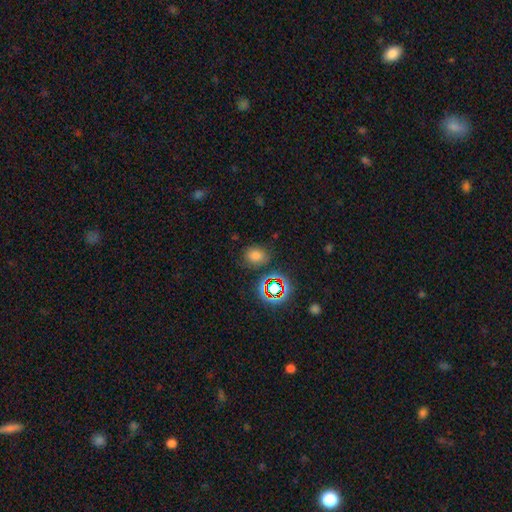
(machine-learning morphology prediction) This is likely a smooth galaxy (66%). How rounded: possibly round (53%). Merging: likely none (78%).